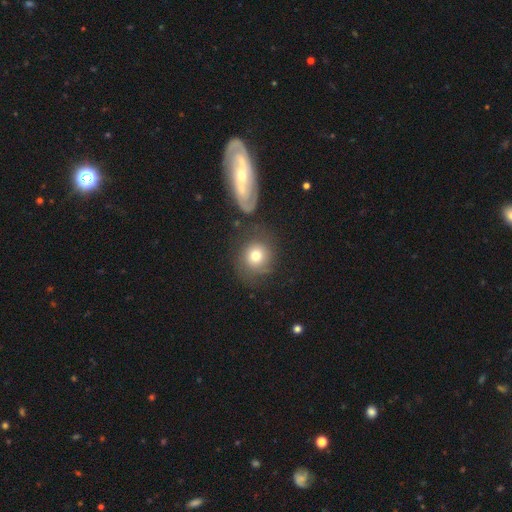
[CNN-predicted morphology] smooth_or_featured: smooth (p=0.68) [alt: featured or disk p=0.22]
how_rounded: round (p=0.83) [alt: in between p=0.16]
merging: none (p=0.59) [alt: minor disturbance p=0.17]